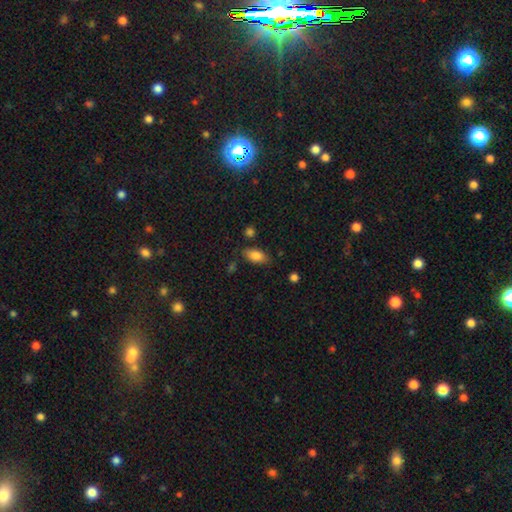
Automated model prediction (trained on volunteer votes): Smooth or featured? Predicted: smooth (p=0.83). How rounded? Predicted: in between (p=0.89). Merging? Predicted: none (p=0.80).